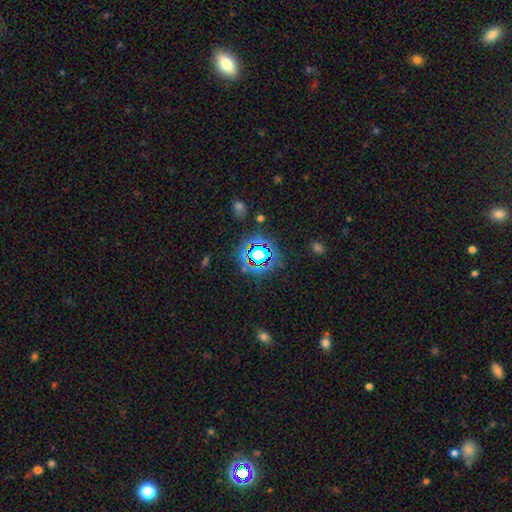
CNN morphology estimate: Smooth or featured? star or artifact (70%)